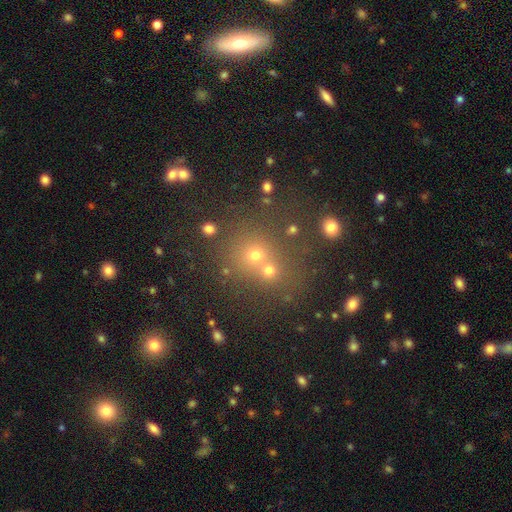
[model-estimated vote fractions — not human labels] Overall: smooth (61%; star or artifact 28%). How rounded: round (85%). Merging: none (56%; merger 32%).